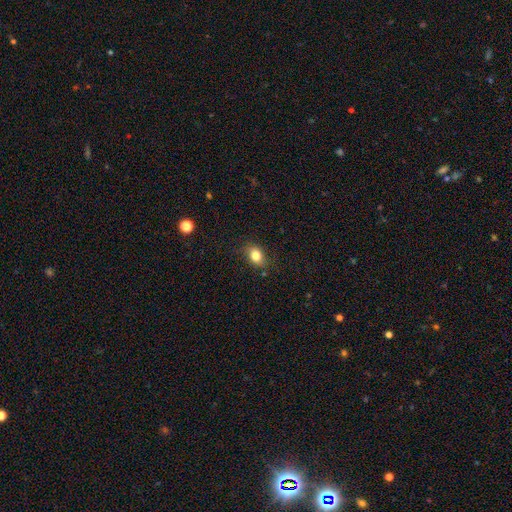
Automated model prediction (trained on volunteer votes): This is clearly a smooth galaxy (82%). How rounded: likely in between (66%). Merging: clearly none (81%).